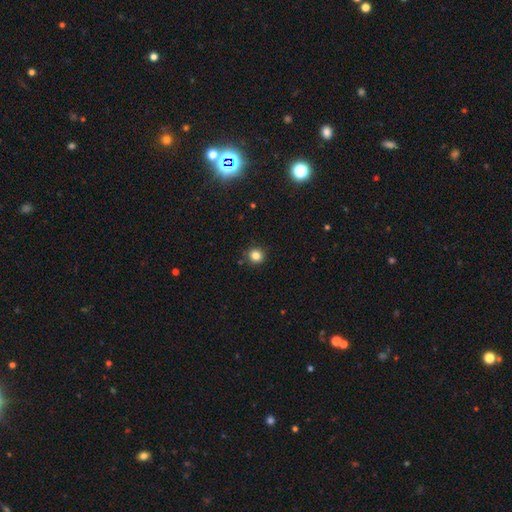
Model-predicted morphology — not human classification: This appears to be a smooth galaxy with no disk features (83%) that is round (89%). Merging: none (88%).